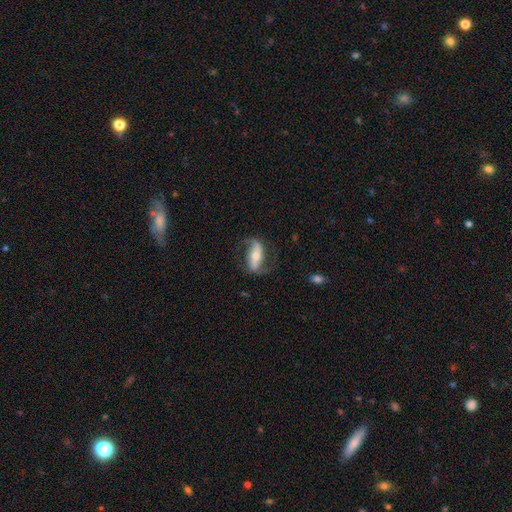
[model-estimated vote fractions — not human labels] Morphology: type=featured or disk (79%); edge-on=no (90%); bar=strong (57%); spiral arms=yes (92%); winding=loose (57%); arm count=2 (89%); bulge=moderate (54%); merging=none (72%).